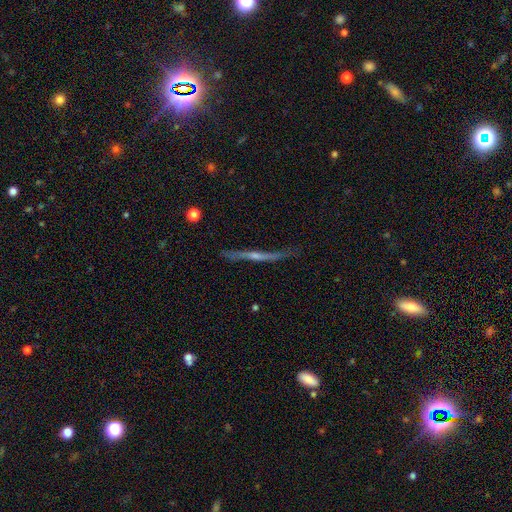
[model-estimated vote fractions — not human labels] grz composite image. It shows a featured or disk galaxy (76%) viewed edge-on (93%) with a rounded central bulge (63%). Merging: none (75%).